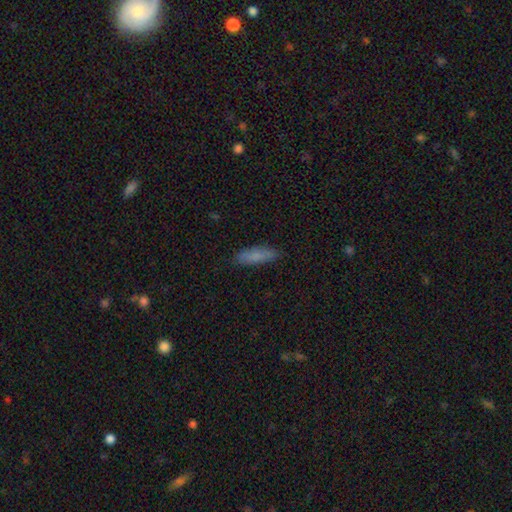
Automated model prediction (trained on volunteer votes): Overall: smooth (82%). How rounded: cigar-shaped (56%; in between 42%). Merging: none (83%).